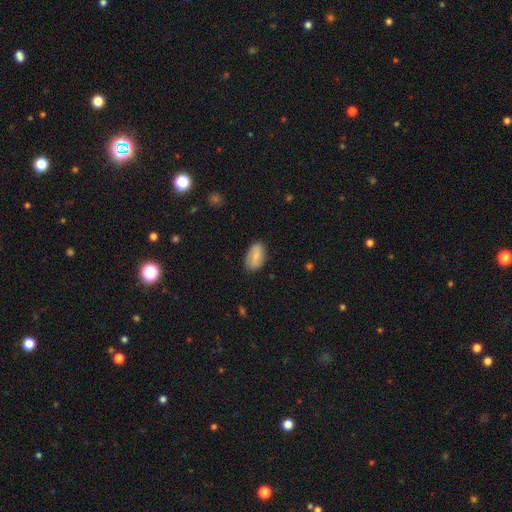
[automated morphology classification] smooth_or_featured: smooth (p=0.72) [alt: featured or disk p=0.21]
how_rounded: in between (p=0.92) [alt: round p=0.06]
merging: none (p=0.78) [alt: minor disturbance p=0.17]